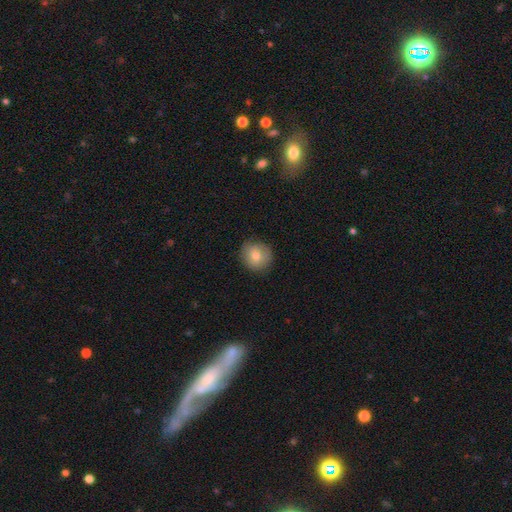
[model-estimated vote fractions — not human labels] smooth-or-featured: smooth: 74% | featured or disk: 16% | star or artifact: 9%
  how-rounded: round: 90% | in between: 9% | cigar-shaped: 1%
  merging: none: 84% | minor disturbance: 13% | major disturbance: 3% | merger: 1%